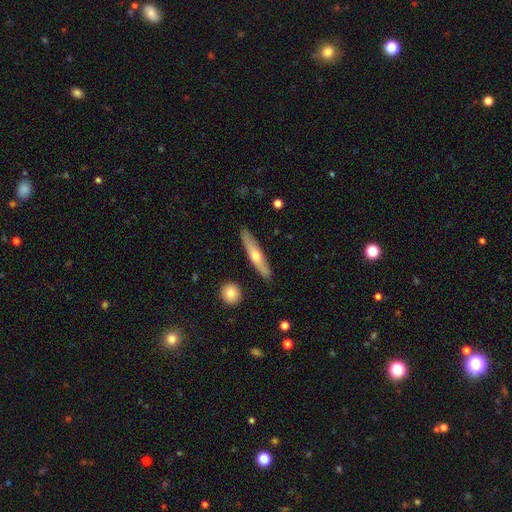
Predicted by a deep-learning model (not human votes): This is possibly a featured or disk galaxy (51%). It is clearly viewed edge-on (84%). Merging: clearly none (87%).